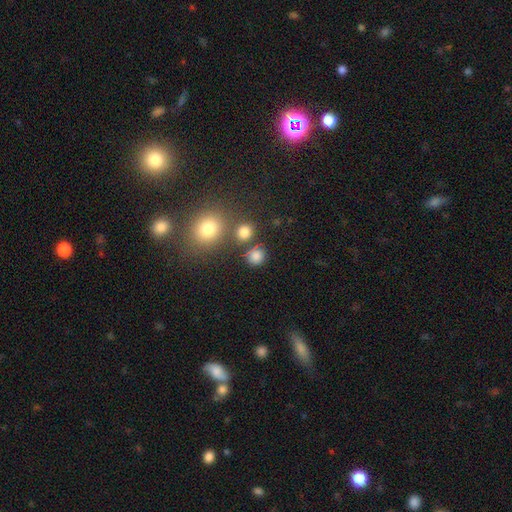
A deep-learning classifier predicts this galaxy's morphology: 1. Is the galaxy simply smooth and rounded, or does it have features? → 82% smooth, 13% star or artifact, 5% featured or disk.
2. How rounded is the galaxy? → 86% round, 12% in between, 1% cigar-shaped.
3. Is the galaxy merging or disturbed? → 77% none, 10% merger, 9% minor disturbance, 4% major disturbance.